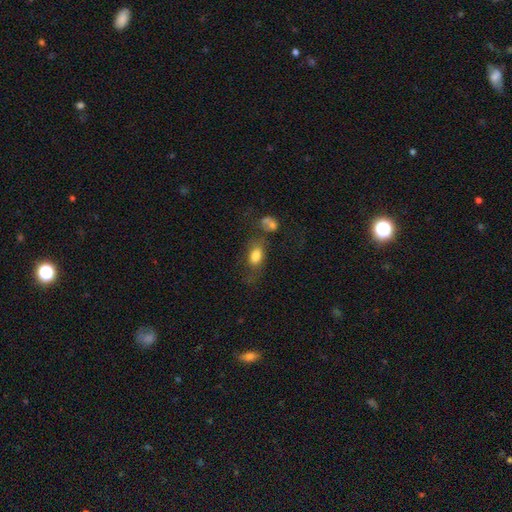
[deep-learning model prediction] The model was most divided on "merging": none: 49%, minor disturbance: 22%, major disturbance: 16%, merger: 13%. More confident: how rounded — in between (85%); smooth or featured — smooth (78%).